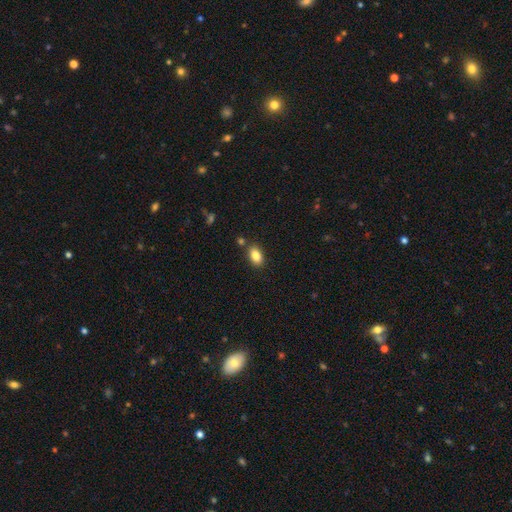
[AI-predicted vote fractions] This appears to be a smooth galaxy with no disk features (85%) that is in between round and cigar-shaped (87%). Merging: none (82%).